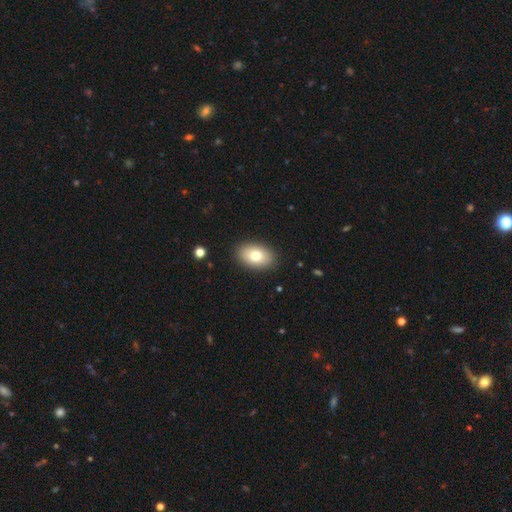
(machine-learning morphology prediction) This appears to be a smooth galaxy with no disk features (76%) that is in between round and cigar-shaped (88%). Merging: none (89%).